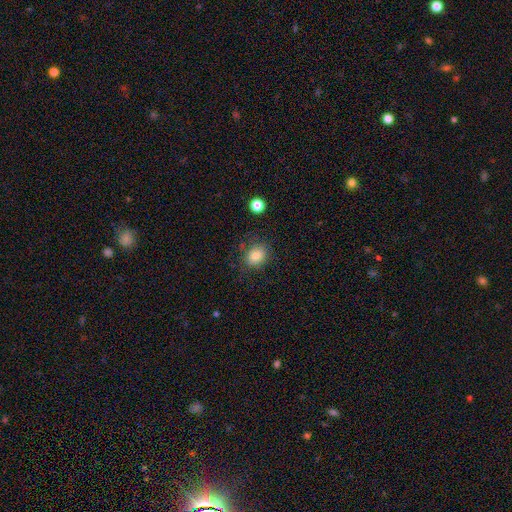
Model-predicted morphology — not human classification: Smooth or featured?
  - smooth: 81% *
  - star or artifact: 11%
  - featured or disk: 8%
How rounded?
  - round: 62% *
  - in between: 38%
  - cigar-shaped: 1%
Merging?
  - none: 77% *
  - minor disturbance: 15%
  - major disturbance: 5%
  - merger: 3%